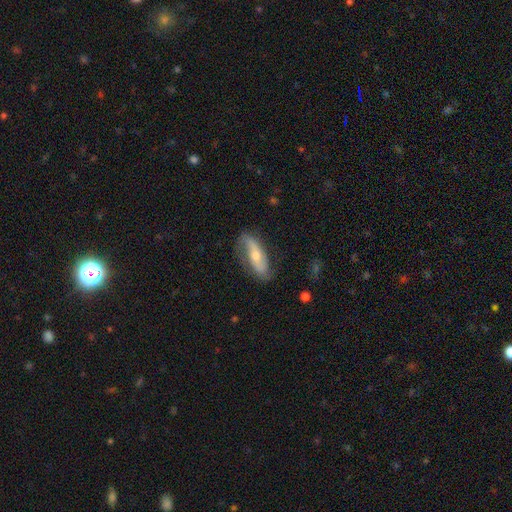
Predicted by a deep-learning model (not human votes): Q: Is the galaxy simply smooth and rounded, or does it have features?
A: featured or disk — 68%.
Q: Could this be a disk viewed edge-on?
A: no — 82%.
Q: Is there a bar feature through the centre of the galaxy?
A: no — 44%.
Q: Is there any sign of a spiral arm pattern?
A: yes — 86%.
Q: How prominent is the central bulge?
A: moderate — 52%.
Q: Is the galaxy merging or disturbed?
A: none — 74%.